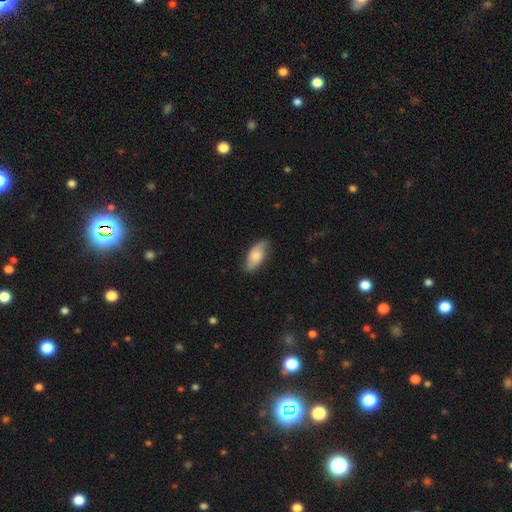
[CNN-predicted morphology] type=smooth (59%); roundness=in between (87%); merging=none (78%).